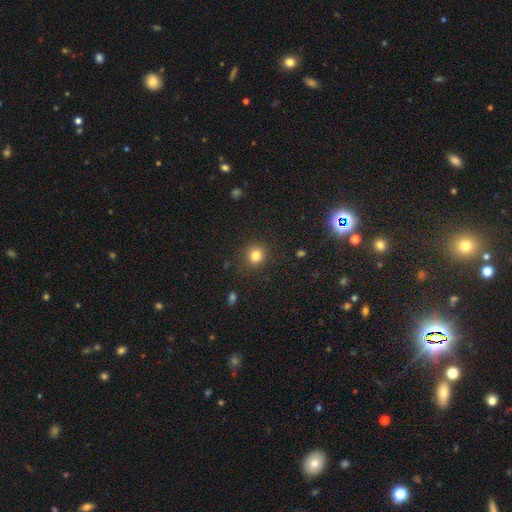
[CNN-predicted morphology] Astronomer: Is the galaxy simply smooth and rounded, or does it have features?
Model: smooth — 81%.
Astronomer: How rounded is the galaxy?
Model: round — 91%.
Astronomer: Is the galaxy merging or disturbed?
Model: none — 88%.